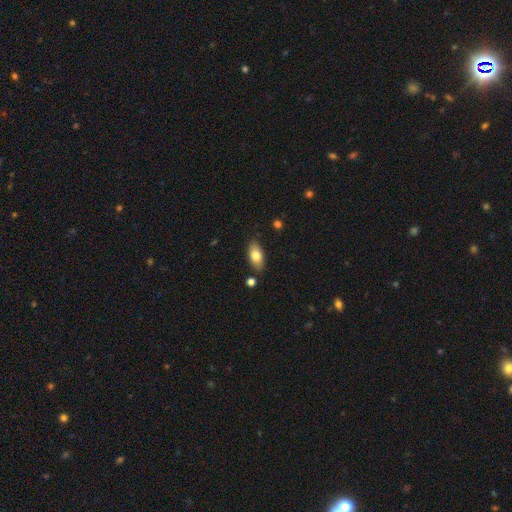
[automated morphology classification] The model was most divided on "smooth or featured": smooth: 76%, featured or disk: 17%, star or artifact: 7%. More confident: how rounded — in between (87%); merging — none (84%).